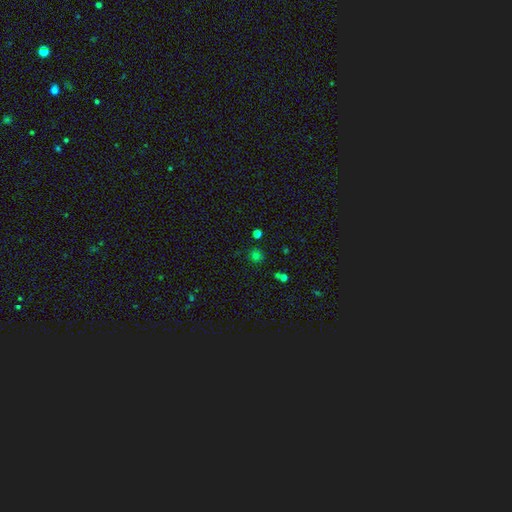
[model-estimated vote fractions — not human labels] smooth-or-featured: smooth: 69% | star or artifact: 25% | featured or disk: 6%
  how-rounded: round: 89% | in between: 10% | cigar-shaped: 1%
  merging: none: 81% | minor disturbance: 10% | merger: 5% | major disturbance: 3%